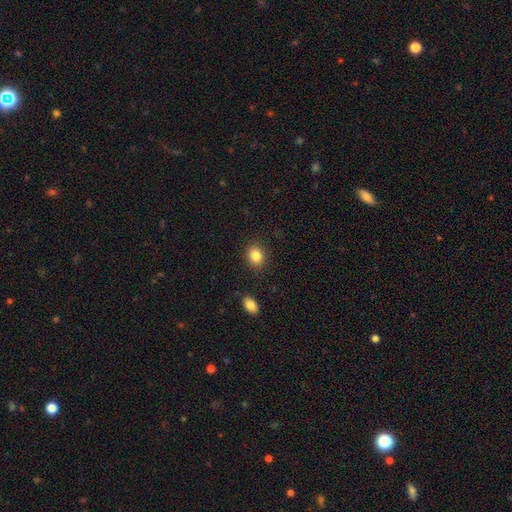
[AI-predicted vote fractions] Morphology: type=smooth (84%); roundness=round (57%); merging=none (87%).